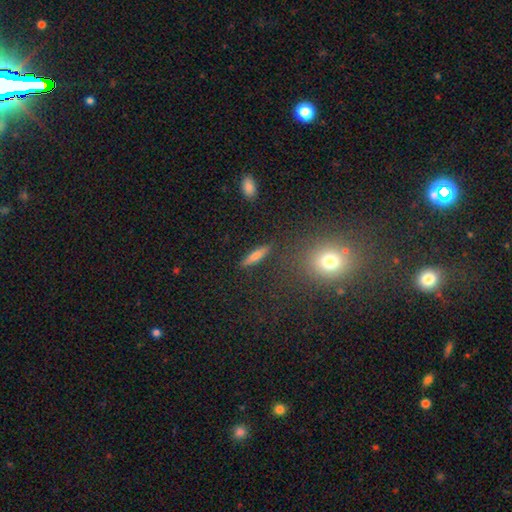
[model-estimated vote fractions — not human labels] smooth-or-featured: smooth: 49% | featured or disk: 33% | star or artifact: 17%
  merging: none: 85% | minor disturbance: 8% | major disturbance: 3% | merger: 3%